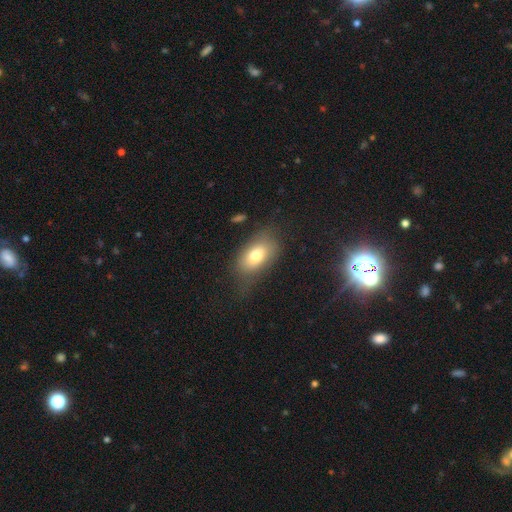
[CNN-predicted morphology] This appears to be a smooth galaxy with no disk features (75%) that is in between round and cigar-shaped (89%). Merging: none (65%).